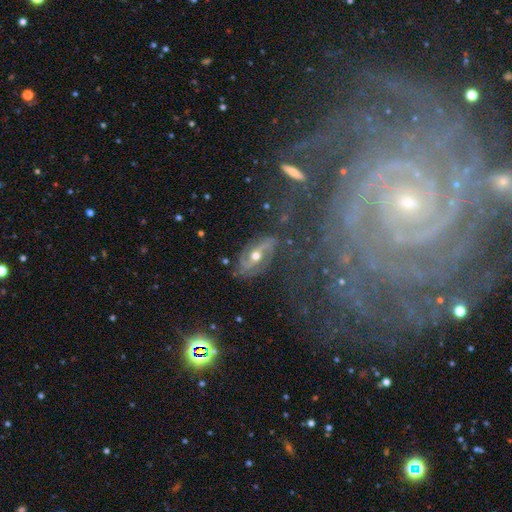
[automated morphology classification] Smooth or featured? Predicted: featured or disk (p=0.81). Edge-on disk? Predicted: no (p=0.94). Bar? Predicted: no (p=0.35, tied with weak). Spiral arms? Predicted: yes (p=0.91). Spiral winding? Predicted: medium (p=0.44). Spiral arm count? Predicted: 2 (p=0.90). Bulge size? Predicted: moderate (p=0.74). Merging? Predicted: none (p=0.75).